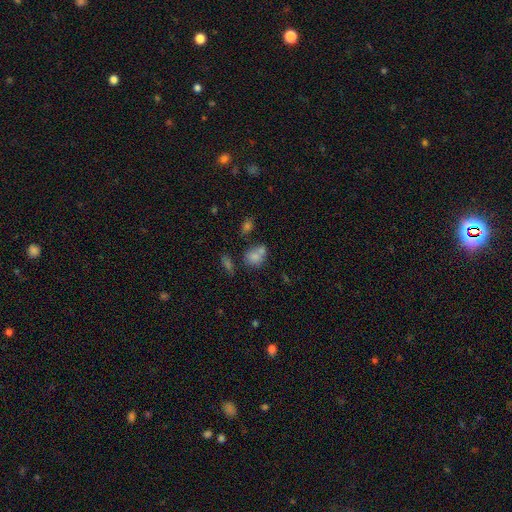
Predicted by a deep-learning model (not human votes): This is likely a smooth galaxy (75%). How rounded: possibly in between (51%). Merging: marginally none (41%).